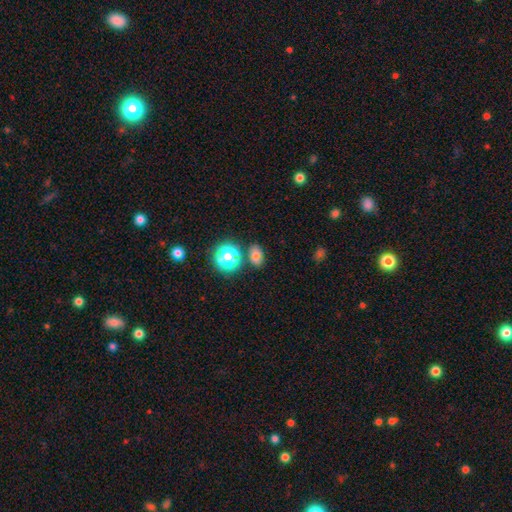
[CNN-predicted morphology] This is likely a smooth galaxy (71%). How rounded: likely in between (72%). Merging: likely none (77%).